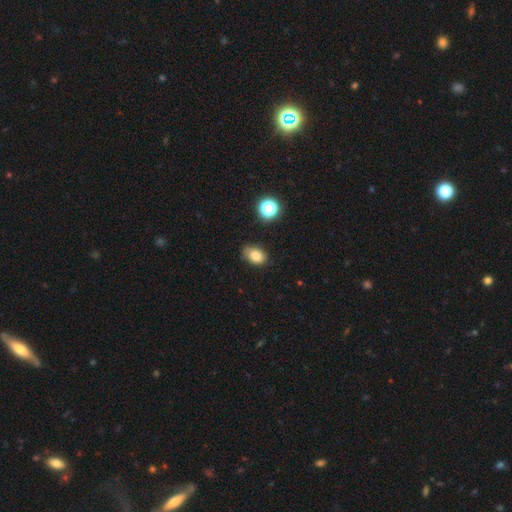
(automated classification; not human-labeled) A smooth galaxy with no disk features (82%) that is in between round and cigar-shaped (75%).

Vote fractions:
- Smooth or featured? smooth: 82% / star or artifact: 11% / featured or disk: 7%
- How rounded? in between: 75% / round: 24% / cigar-shaped: 1%
- Merging? none: 71% / minor disturbance: 23% / major disturbance: 4% / merger: 2%